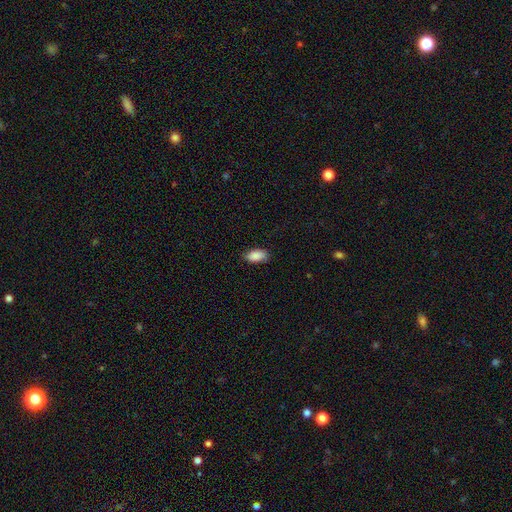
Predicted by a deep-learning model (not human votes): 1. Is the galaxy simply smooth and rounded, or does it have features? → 89% smooth, 7% star or artifact, 4% featured or disk.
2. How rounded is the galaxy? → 92% in between, 5% cigar-shaped, 3% round.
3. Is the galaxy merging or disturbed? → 81% none, 15% minor disturbance, 3% major disturbance, 1% merger.